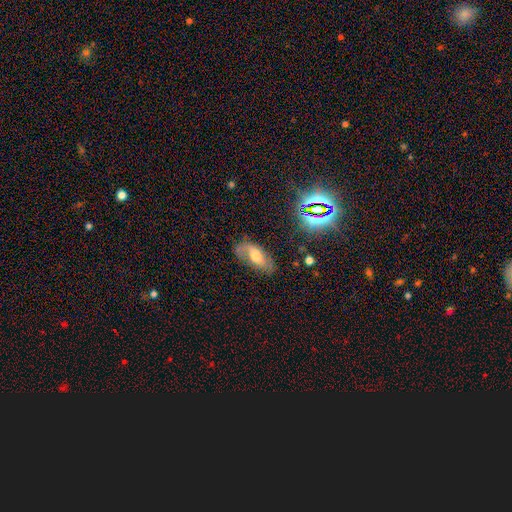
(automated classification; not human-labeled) Q: Smooth or featured?
A: featured or disk (53%); runner-up: smooth (36%)
Q: Edge-on disk?
A: no (88%); runner-up: yes (12%)
Q: Merging?
A: none (61%); runner-up: minor disturbance (24%)